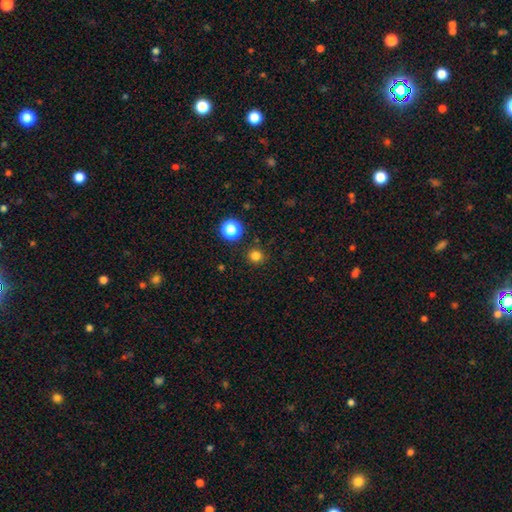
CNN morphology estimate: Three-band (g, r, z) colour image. It shows a smooth galaxy with no disk features (80%) that is round (93%). Merging: none (90%).